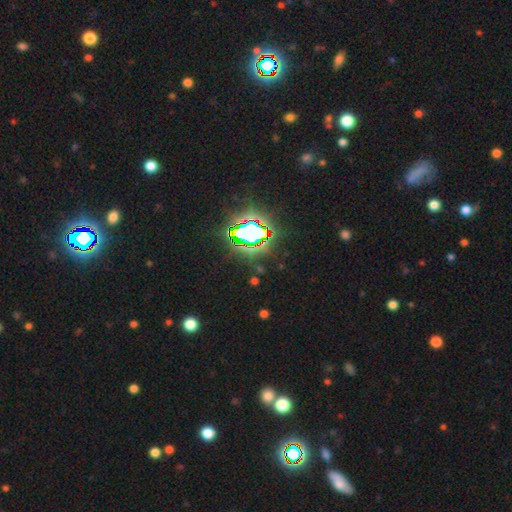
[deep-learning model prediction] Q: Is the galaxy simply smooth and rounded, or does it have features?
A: star or artifact — 82%.